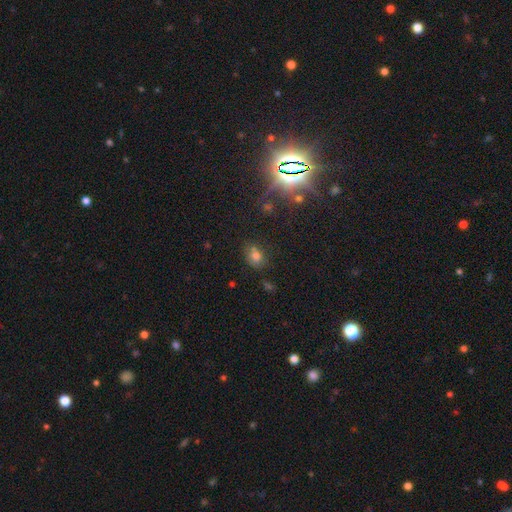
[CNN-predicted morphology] This is likely a smooth galaxy (69%). How rounded: possibly in between (51%). Merging: likely none (62%).